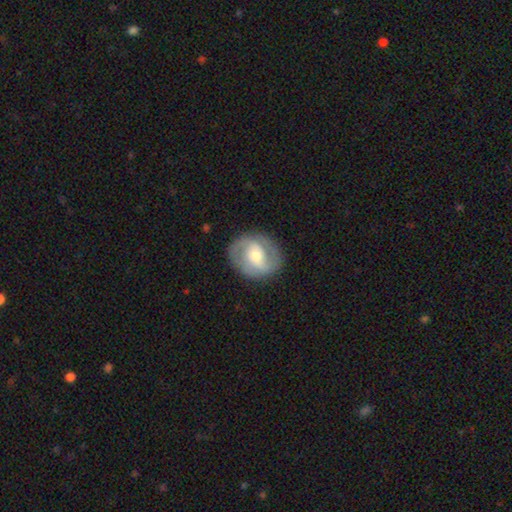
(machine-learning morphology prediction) smooth-or-featured: featured or disk: 74% | smooth: 20% | star or artifact: 6%
  disk-edge-on: no: 97% | yes: 3%
    bar: weak: 43% | no: 36% | strong: 21%
    has-spiral-arms: yes: 85% | no: 15%
      spiral-winding: medium: 48% | tight: 31% | loose: 21%
      spiral-arm-count: 2: 84% | can't tell: 8% | 3: 3% | 1: 2% | 4: 1% | more than 4: 1%
    bulge-size: moderate: 68% | small: 25% | large: 6% | none: 1% | dominant: 1%
  merging: none: 84% | minor disturbance: 11% | major disturbance: 4% | merger: 1%